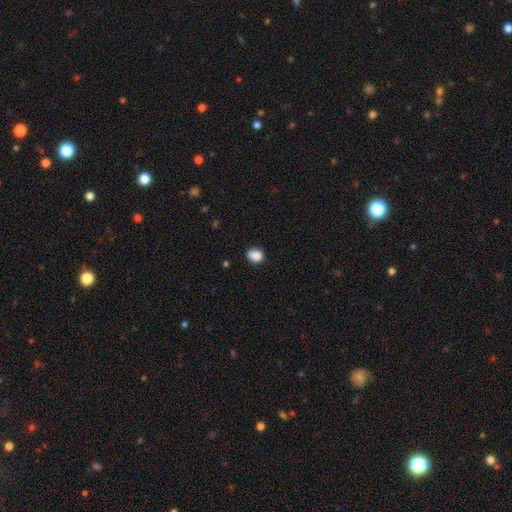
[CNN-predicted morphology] smooth_or_featured: smooth (p=0.85) [alt: star or artifact p=0.10]
how_rounded: round (p=0.66) [alt: in between p=0.33]
merging: none (p=0.73) [alt: minor disturbance p=0.19]